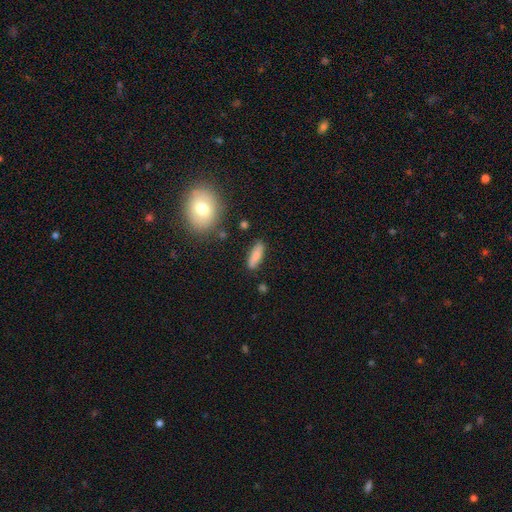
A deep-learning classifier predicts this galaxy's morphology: smooth_or_featured: smooth (p=0.79) [alt: featured or disk p=0.13]
how_rounded: cigar-shaped (p=0.50) [alt: in between p=0.47]
merging: none (p=0.83) [alt: minor disturbance p=0.11]